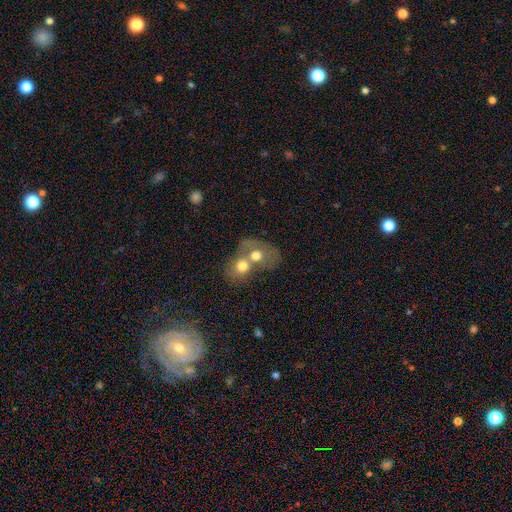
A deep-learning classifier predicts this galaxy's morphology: A smooth galaxy with no disk features (61%) that is round (52%). Merging: merger (73%).